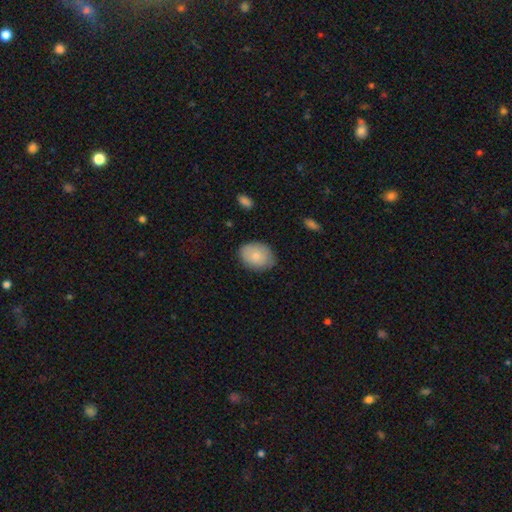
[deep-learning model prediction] Overall: smooth (81%). How rounded: in between (70%). Merging: none (79%).